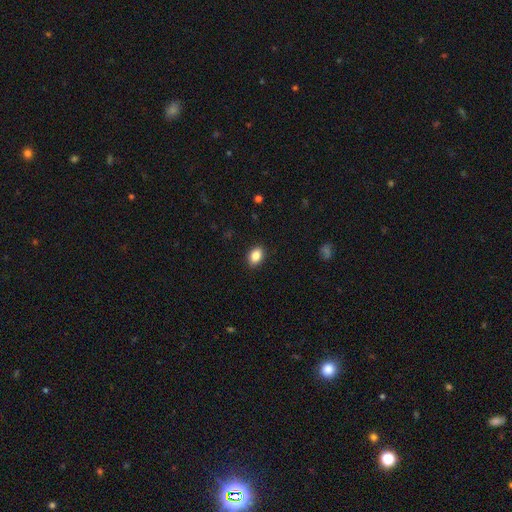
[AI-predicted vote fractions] Smooth or featured? smooth (87%)
How rounded? in between (83%)
Merging? none (89%)